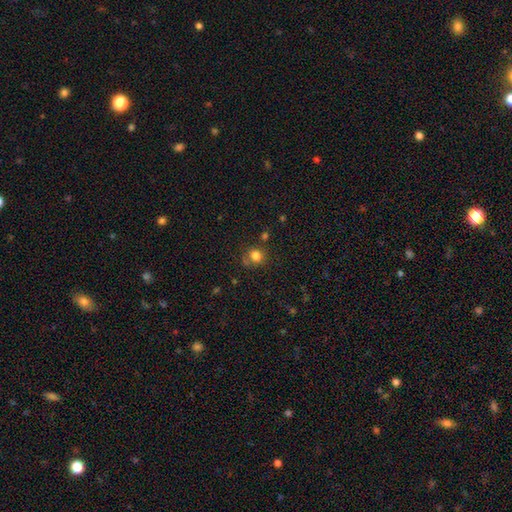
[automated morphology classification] Overall: smooth (81%). How rounded: round (84%). Merging: none (70%).